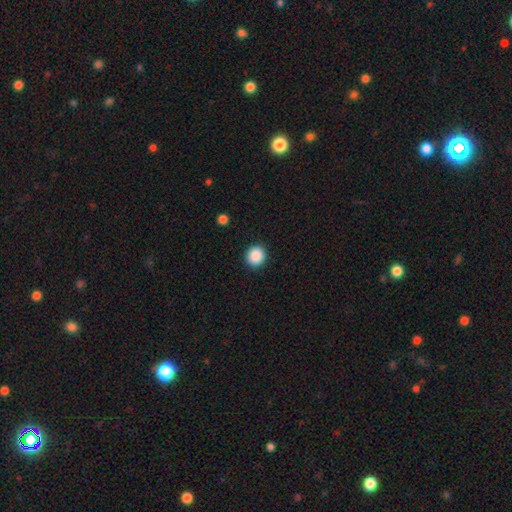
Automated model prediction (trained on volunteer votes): smooth-or-featured: smooth: 89% | star or artifact: 8% | featured or disk: 3%
  how-rounded: round: 88% | in between: 11% | cigar-shaped: 1%
  merging: none: 92% | minor disturbance: 5% | major disturbance: 2% | merger: 1%